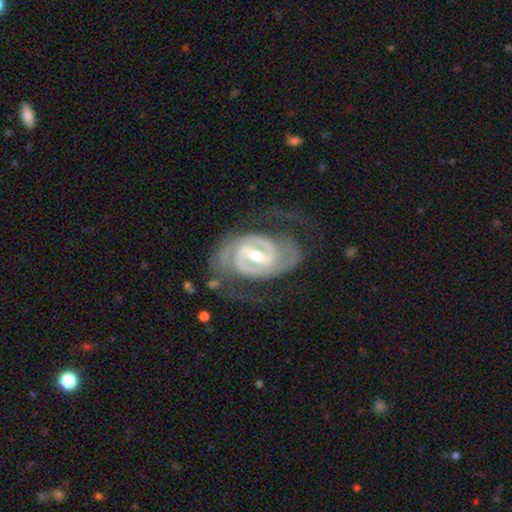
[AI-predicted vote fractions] Overall: featured or disk (92%). Edge-on disk: no (97%). Bar: strong (52%; weak 37%). Spiral arms: yes (97%). Spiral arm count: 2 (79%). Spiral winding: tight (54%; medium 38%). Bulge size: moderate (50%; small 46%). Merging: none (63%).